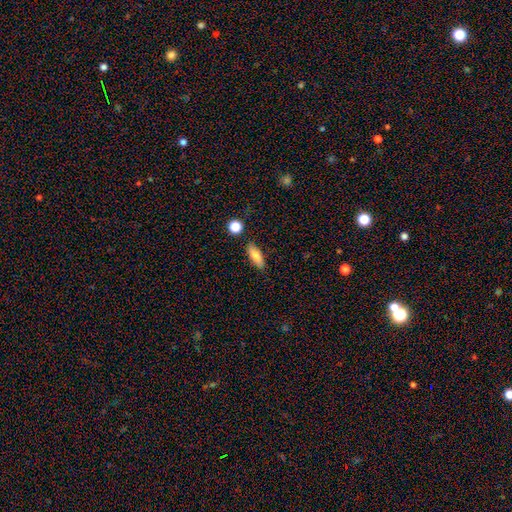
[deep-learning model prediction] This is likely a smooth galaxy (78%). How rounded: likely in between (67%). Merging: clearly none (84%).